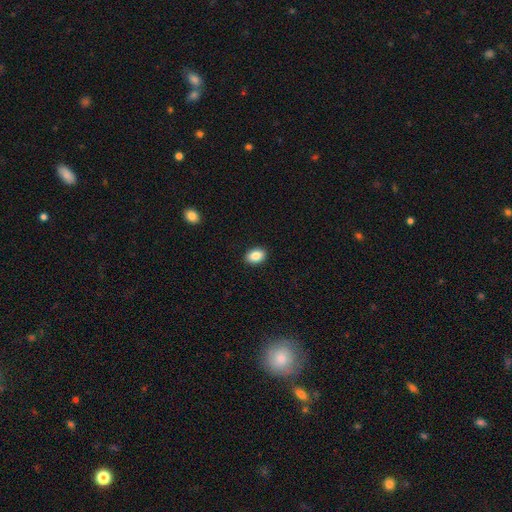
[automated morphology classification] type=smooth (86%); roundness=in between (82%); merging=none (91%).